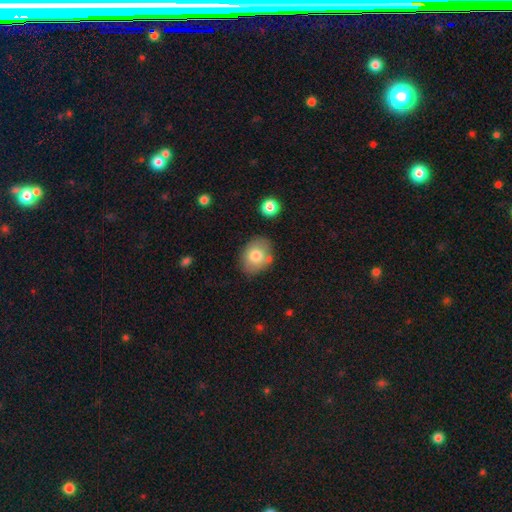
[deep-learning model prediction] smooth-or-featured: smooth: 76% | featured or disk: 16% | star or artifact: 8%
  how-rounded: in between: 64% | round: 35% | cigar-shaped: 1%
  merging: none: 74% | minor disturbance: 16% | merger: 6% | major disturbance: 4%